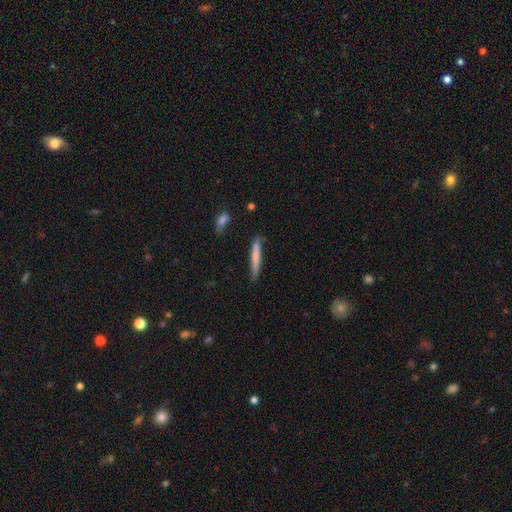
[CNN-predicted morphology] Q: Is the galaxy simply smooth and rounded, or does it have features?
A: smooth — 69%.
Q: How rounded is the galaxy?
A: cigar-shaped — 94%.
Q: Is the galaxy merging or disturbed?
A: none — 77%.